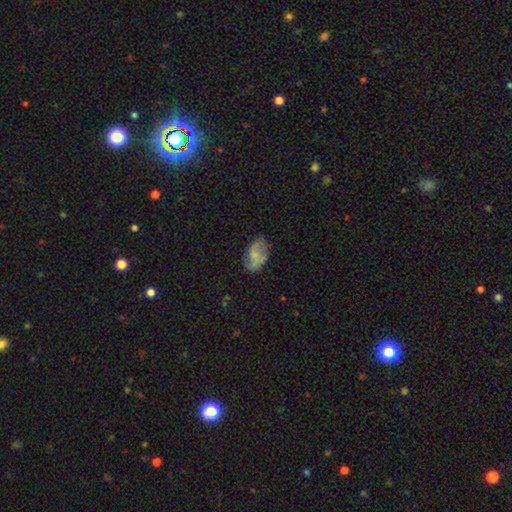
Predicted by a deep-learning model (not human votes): This is possibly a smooth galaxy (49%). Merging: likely none (65%).